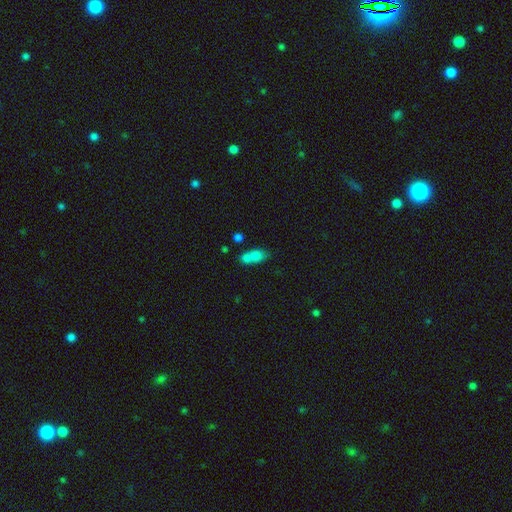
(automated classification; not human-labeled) Q: Smooth or featured?
A: smooth (74%); runner-up: featured or disk (15%)
Q: How rounded?
A: in between (72%); runner-up: round (21%)
Q: Merging?
A: merger (53%); runner-up: none (30%)